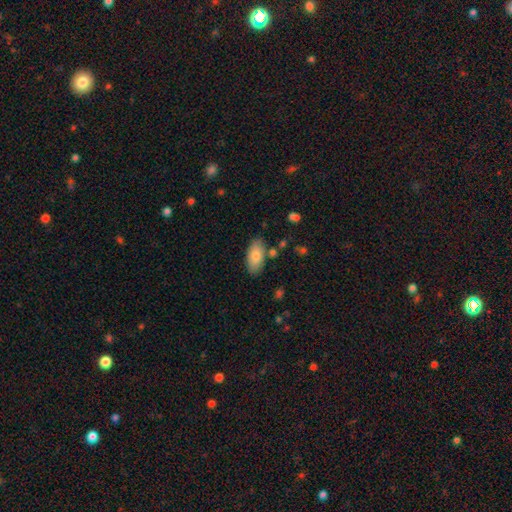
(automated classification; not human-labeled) Smooth or featured? smooth (82%)
How rounded? in between (93%)
Merging? none (82%)